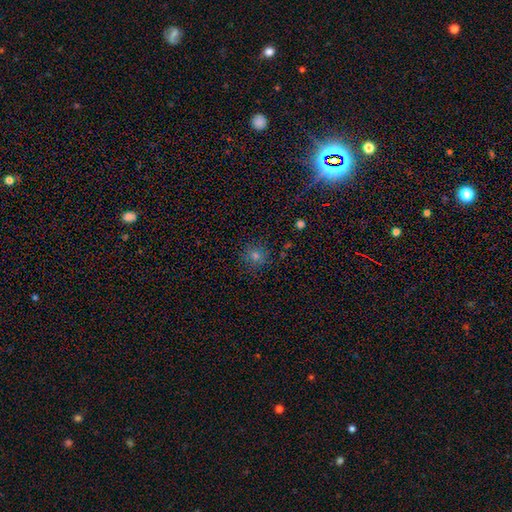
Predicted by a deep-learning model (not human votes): Morphology: type=smooth (65%); roundness=round (91%); merging=none (86%).